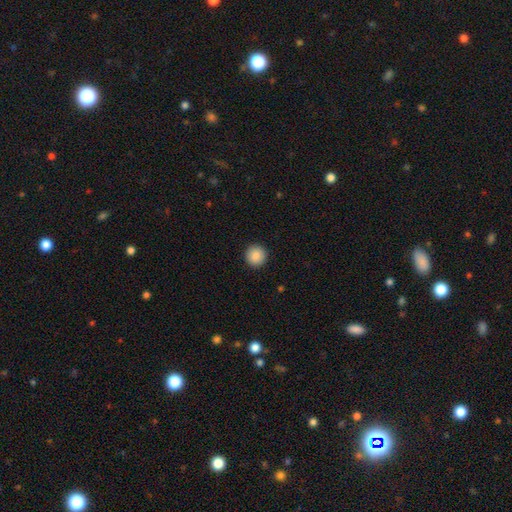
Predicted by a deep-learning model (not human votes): This appears to be a smooth galaxy with no disk features (88%) that is round (96%). Merging: none (93%).